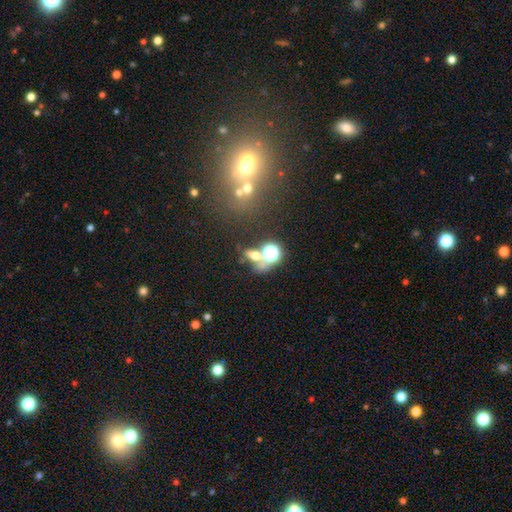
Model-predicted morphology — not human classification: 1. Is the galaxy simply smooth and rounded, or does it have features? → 55% smooth, 26% star or artifact, 19% featured or disk.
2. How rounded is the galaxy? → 59% in between, 32% round, 9% cigar-shaped.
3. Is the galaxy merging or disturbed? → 40% none, 39% merger, 11% minor disturbance, 9% major disturbance.